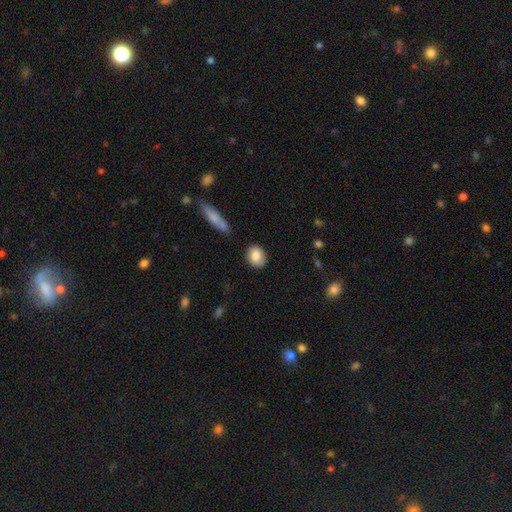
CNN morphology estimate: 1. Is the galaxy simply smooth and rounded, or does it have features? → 84% smooth, 9% featured or disk, 7% star or artifact.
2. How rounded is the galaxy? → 54% round, 45% in between, 2% cigar-shaped.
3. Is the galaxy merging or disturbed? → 86% none, 10% minor disturbance, 2% major disturbance, 2% merger.